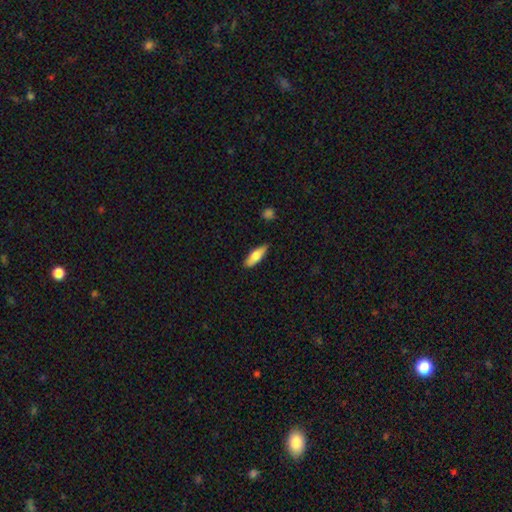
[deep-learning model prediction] smooth-or-featured: smooth: 68% | featured or disk: 27% | star or artifact: 6%
  how-rounded: in between: 56% | cigar-shaped: 42% | round: 2%
  merging: none: 84% | minor disturbance: 13% | major disturbance: 2% | merger: 1%